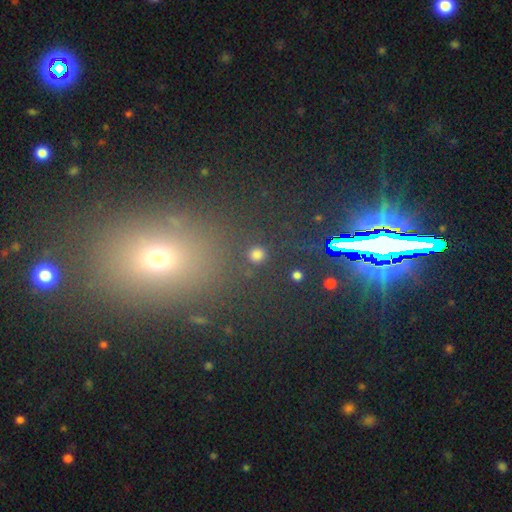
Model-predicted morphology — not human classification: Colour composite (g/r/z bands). It shows a star or artifact, not a galaxy (53%).